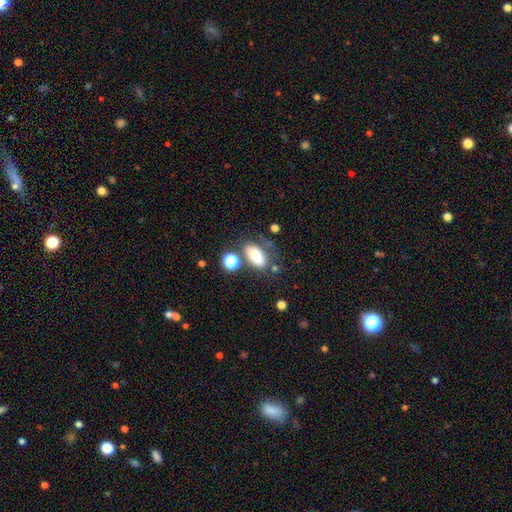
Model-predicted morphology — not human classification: Smooth or featured? smooth (82%)
How rounded? in between (88%)
Merging? none (59%)